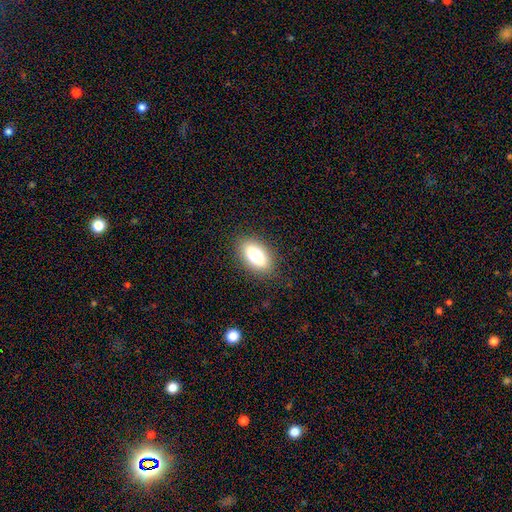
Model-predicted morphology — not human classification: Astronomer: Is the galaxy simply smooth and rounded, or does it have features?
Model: smooth — 80%.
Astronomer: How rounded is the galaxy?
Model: in between — 89%.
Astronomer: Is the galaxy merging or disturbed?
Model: none — 86%.